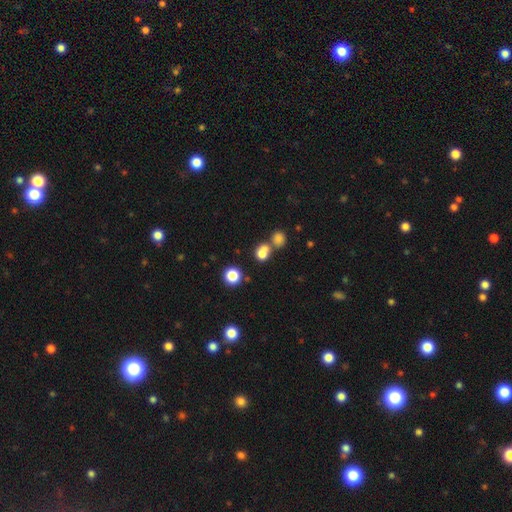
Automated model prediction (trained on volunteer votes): smooth-or-featured: smooth: 53% | star or artifact: 36% | featured or disk: 11%
  how-rounded: round: 73% | in between: 23% | cigar-shaped: 4%
  merging: none: 62% | merger: 25% | minor disturbance: 8% | major disturbance: 5%